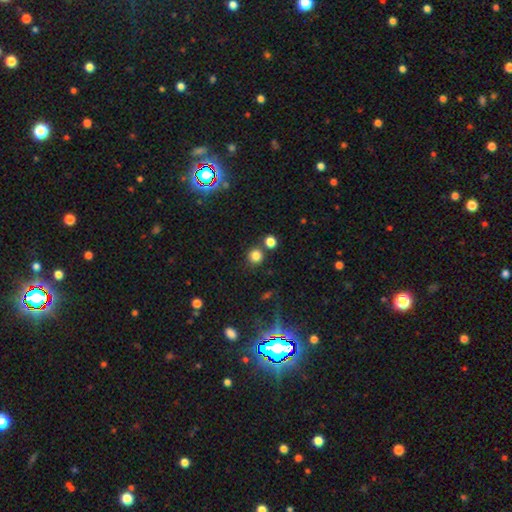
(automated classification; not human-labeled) Smooth or featured? Predicted: smooth (p=0.80). How rounded? Predicted: round (p=0.91). Merging? Predicted: none (p=0.78).